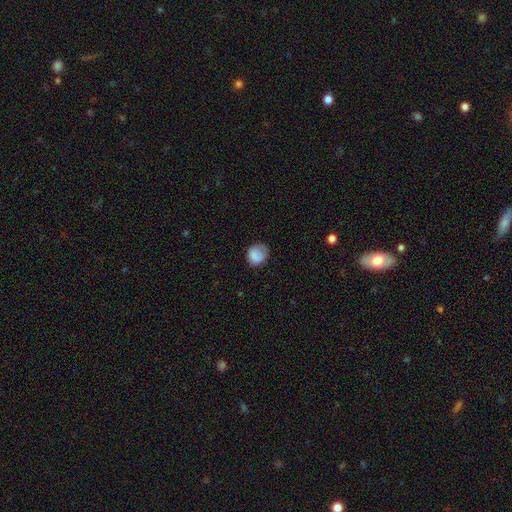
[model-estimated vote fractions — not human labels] Q: Smooth or featured?
A: smooth (85%); runner-up: star or artifact (8%)
Q: How rounded?
A: round (76%); runner-up: in between (23%)
Q: Merging?
A: none (66%); runner-up: minor disturbance (25%)